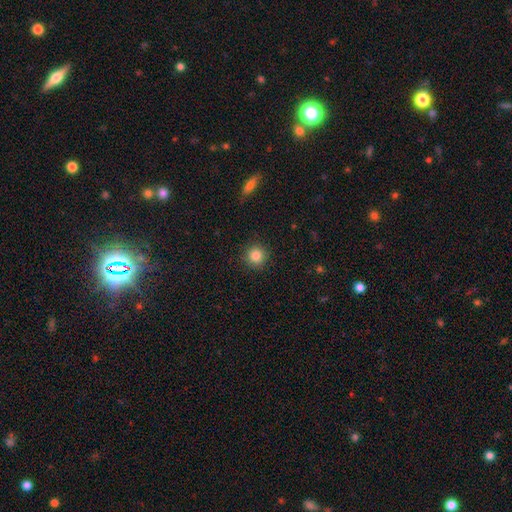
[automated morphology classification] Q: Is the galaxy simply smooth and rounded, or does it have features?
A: smooth — 84%.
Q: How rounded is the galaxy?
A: round — 94%.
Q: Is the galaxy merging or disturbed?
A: none — 90%.